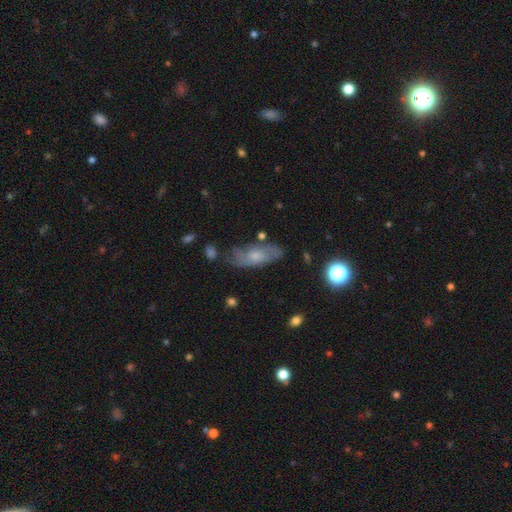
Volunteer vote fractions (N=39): smooth-or-featured: smooth: 51% | featured or disk: 46% | star or artifact: 3%
  how-rounded: in between: 70% | cigar-shaped: 25% | round: 5%
  merging: none: 55% | minor disturbance: 32% | major disturbance: 11% | merger: 3%